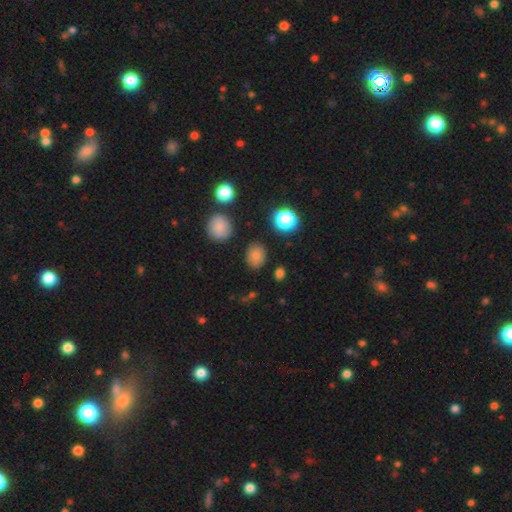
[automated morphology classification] smooth-or-featured: smooth: 77% | star or artifact: 14% | featured or disk: 8%
  how-rounded: round: 53% | in between: 46% | cigar-shaped: 1%
  merging: none: 83% | minor disturbance: 11% | major disturbance: 3% | merger: 3%